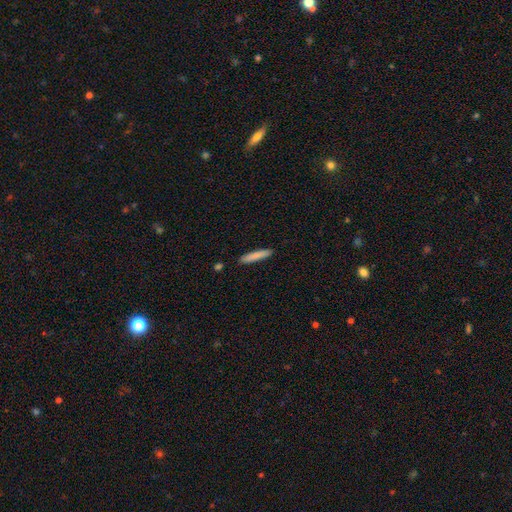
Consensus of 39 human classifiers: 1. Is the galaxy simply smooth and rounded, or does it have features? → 95% smooth, 5% featured or disk, 0% star or artifact.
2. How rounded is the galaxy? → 92% cigar-shaped, 5% in between, 3% round.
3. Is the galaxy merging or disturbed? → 87% none, 5% major disturbance, 5% merger, 3% minor disturbance.